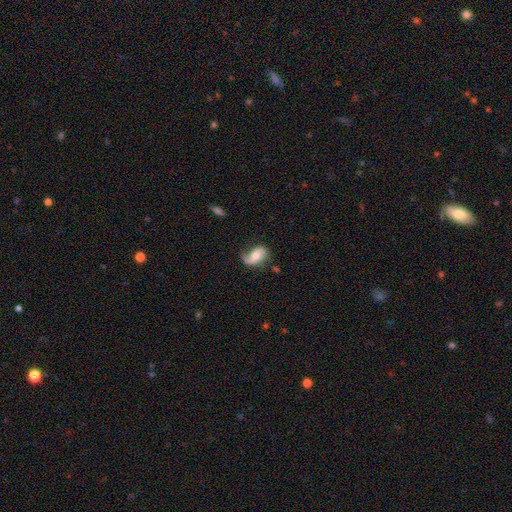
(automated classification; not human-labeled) Smooth or featured?
  - featured or disk: 59% *
  - smooth: 34%
  - star or artifact: 7%
Edge-on disk?
  - no: 96% *
  - yes: 4%
Bar?
  - no: 60% *
  - weak: 31%
  - strong: 8%
Spiral arms?
  - yes: 90% *
  - no: 10%
Spiral winding?
  - loose: 64% *
  - medium: 26%
  - tight: 10%
Spiral arm count?
  - 2: 63% *
  - 1: 30%
  - can't tell: 5%
  - 3: 1%
  - 4: 1%
  - more than 4: 1%
Bulge size?
  - moderate: 59% *
  - small: 24%
  - large: 11%
  - none: 4%
  - dominant: 2%
Merging?
  - none: 55% *
  - minor disturbance: 28%
  - major disturbance: 14%
  - merger: 3%